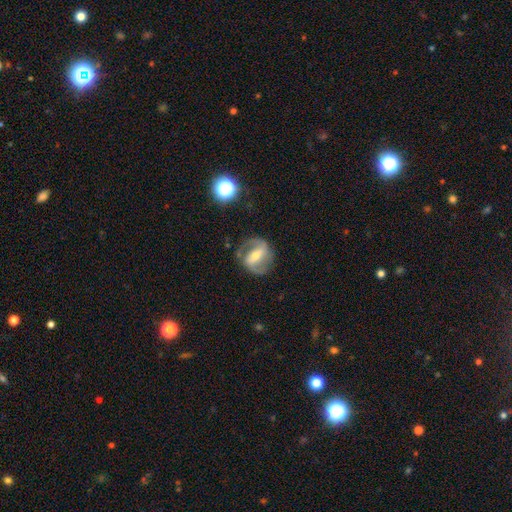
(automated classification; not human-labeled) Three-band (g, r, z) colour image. It shows a featured or disk galaxy (81%) with a strong bar (57%), 2 (87%) medium (50%) spiral arms (90%) and a moderate central bulge (46%). Merging: none (75%).